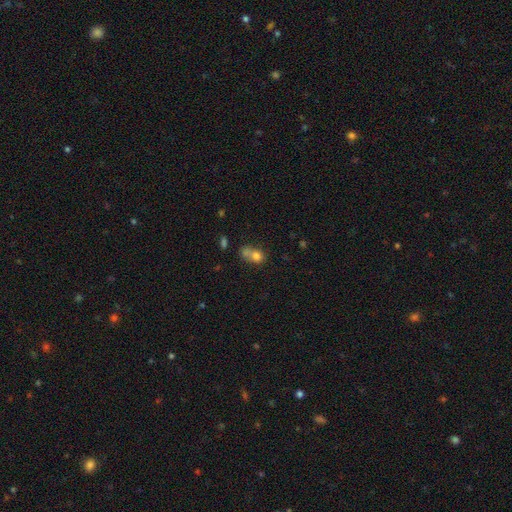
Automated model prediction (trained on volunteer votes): smooth 74%, featured or disk 14%, star or artifact 12%. Down the decision tree: how rounded — round (60%); merging — merger (55%).